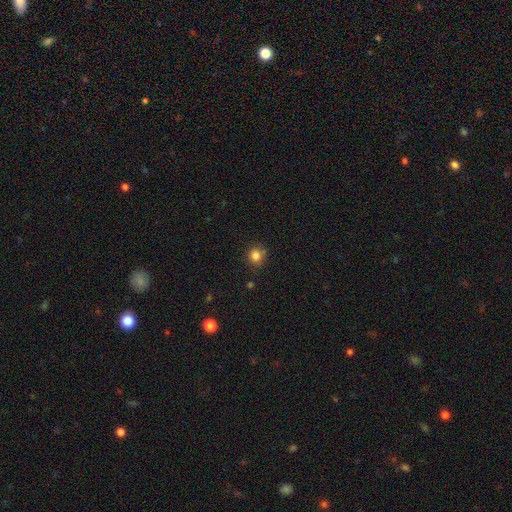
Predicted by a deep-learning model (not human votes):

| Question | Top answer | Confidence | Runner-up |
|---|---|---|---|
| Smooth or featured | smooth | 83% | star or artifact (12%) |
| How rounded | round | 85% | in between (14%) |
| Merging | none | 81% | minor disturbance (13%) |